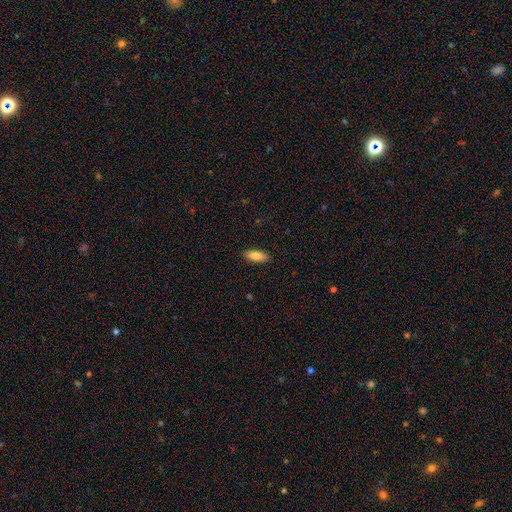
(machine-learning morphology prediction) Overall: smooth (83%). How rounded: in between (77%). Merging: none (89%).